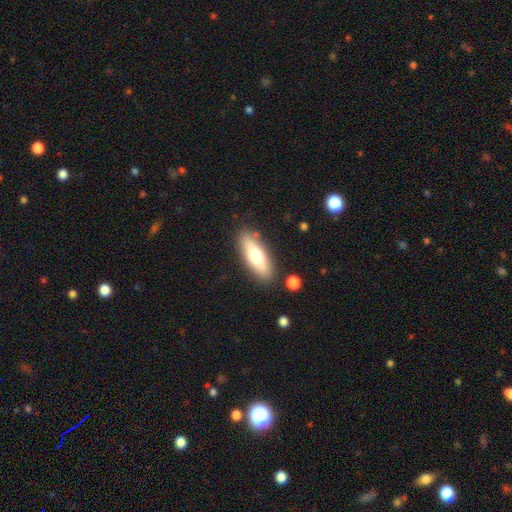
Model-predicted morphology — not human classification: Smooth or featured? smooth (61%)
How rounded? in between (51%)
Merging? none (84%)